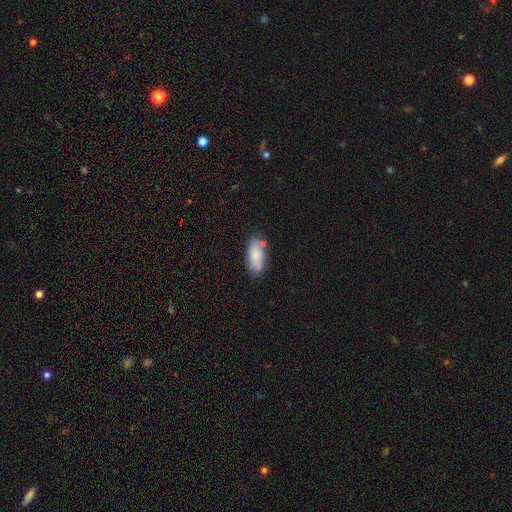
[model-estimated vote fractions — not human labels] A smooth galaxy with no disk features (80%) that is in between round and cigar-shaped (86%).

Vote fractions:
- Smooth or featured? smooth: 80% / featured or disk: 13% / star or artifact: 7%
- How rounded? in between: 86% / cigar-shaped: 11% / round: 2%
- Merging? none: 71% / minor disturbance: 18% / merger: 6% / major disturbance: 4%